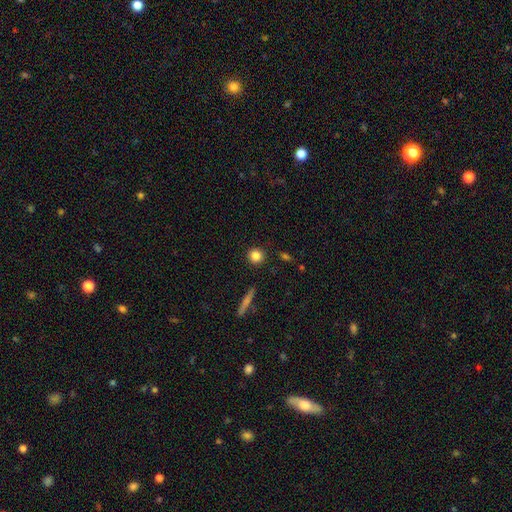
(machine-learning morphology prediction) smooth_or_featured: smooth (p=0.84) [alt: star or artifact p=0.09]
how_rounded: round (p=0.90) [alt: in between p=0.08]
merging: none (p=0.90) [alt: minor disturbance p=0.06]